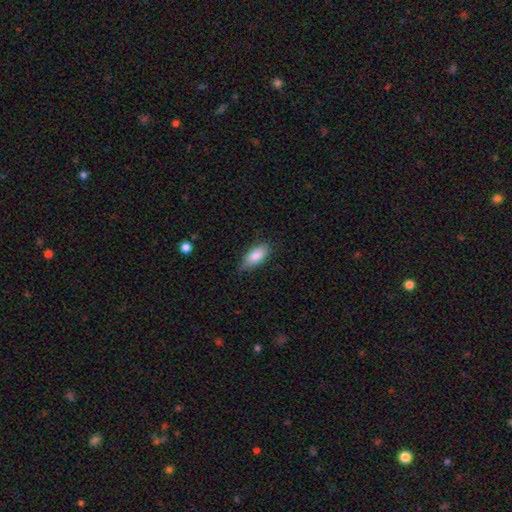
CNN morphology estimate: smooth_or_featured: smooth (p=0.84) [alt: featured or disk p=0.09]
how_rounded: in between (p=0.87) [alt: cigar-shaped p=0.10]
merging: none (p=0.72) [alt: minor disturbance p=0.24]